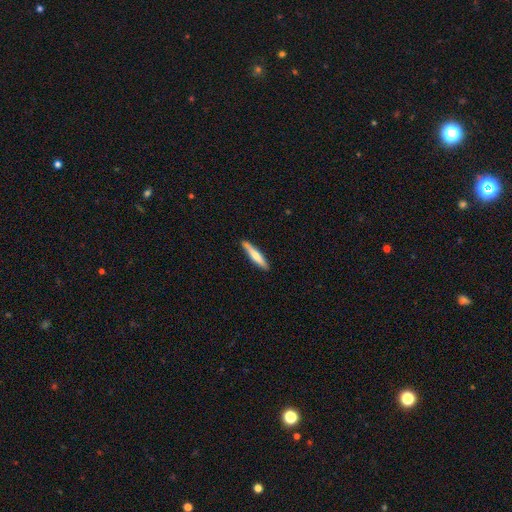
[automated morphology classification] smooth-or-featured: smooth: 61% | featured or disk: 34% | star or artifact: 5%
  how-rounded: cigar-shaped: 90% | in between: 9% | round: 1%
  merging: none: 88% | minor disturbance: 9% | major disturbance: 2% | merger: 1%